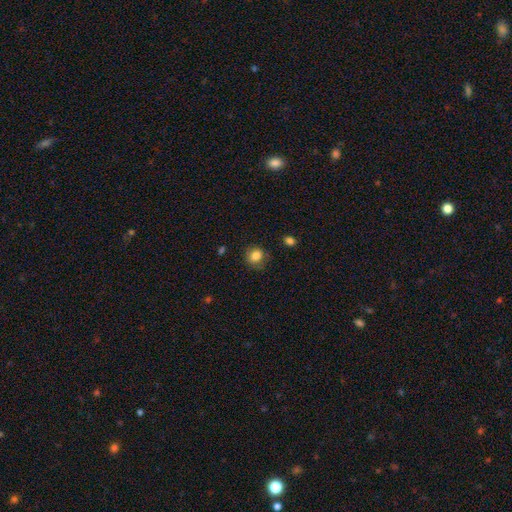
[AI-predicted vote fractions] Overall: smooth (83%). How rounded: round (73%). Merging: none (78%).